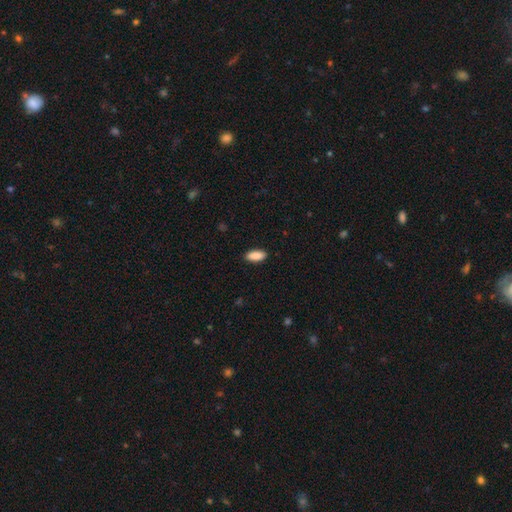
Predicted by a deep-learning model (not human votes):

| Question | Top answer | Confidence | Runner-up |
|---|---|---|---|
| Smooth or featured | smooth | 90% | star or artifact (6%) |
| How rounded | in between | 86% | cigar-shaped (12%) |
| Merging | none | 89% | minor disturbance (8%) |